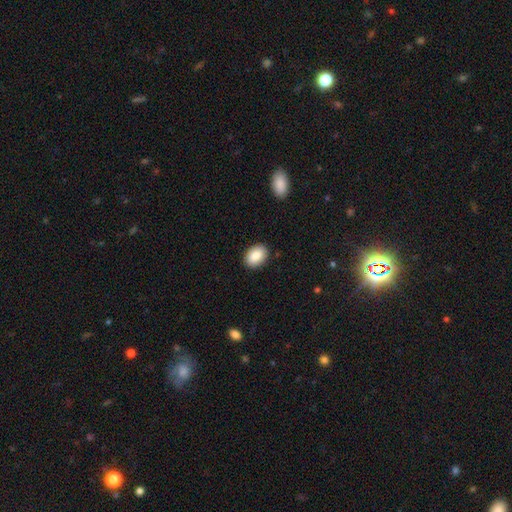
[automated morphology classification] Q: Smooth or featured?
A: smooth (86%); runner-up: star or artifact (7%)
Q: How rounded?
A: in between (81%); runner-up: round (18%)
Q: Merging?
A: none (90%); runner-up: minor disturbance (7%)